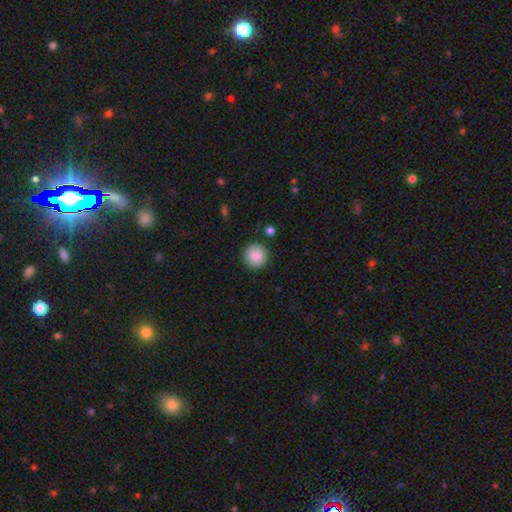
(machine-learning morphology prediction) The model was most divided on "smooth or featured": smooth: 89%, star or artifact: 7%, featured or disk: 4%. More confident: how rounded — round (94%); merging — none (89%).